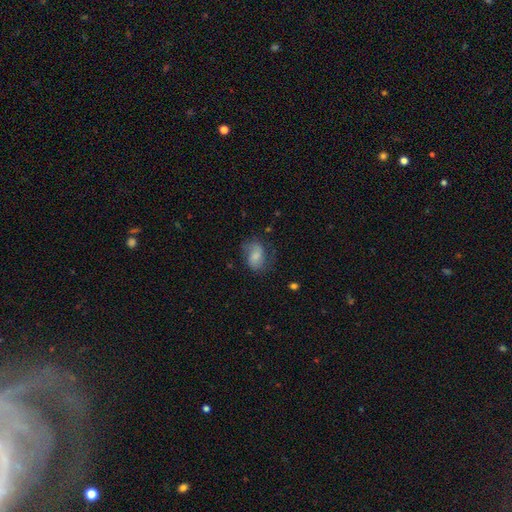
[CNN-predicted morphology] Overall: smooth (57%; featured or disk 34%). How rounded: in between (78%). Merging: none (57%; minor disturbance 26%).